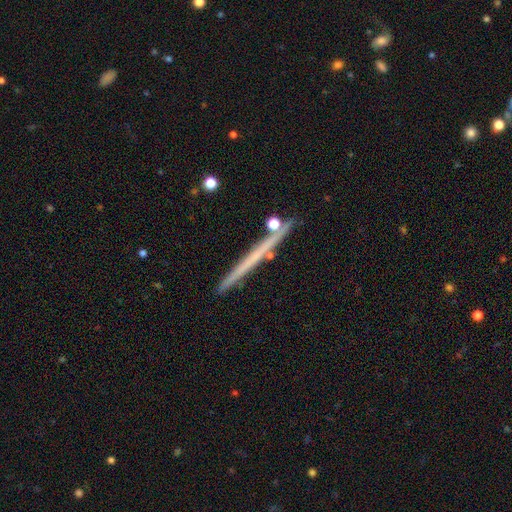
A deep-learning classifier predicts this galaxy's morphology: This appears to be a featured or disk galaxy (53%) viewed edge-on (96%) with no central bulge (92%). Merging: none (86%).